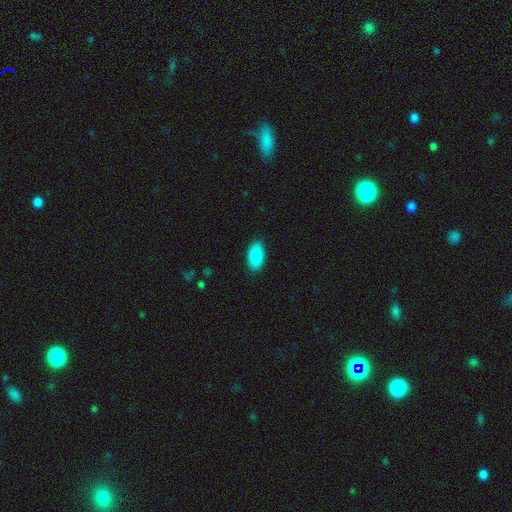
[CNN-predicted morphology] This is clearly a smooth galaxy (88%). How rounded: clearly in between (93%). Merging: clearly none (89%).